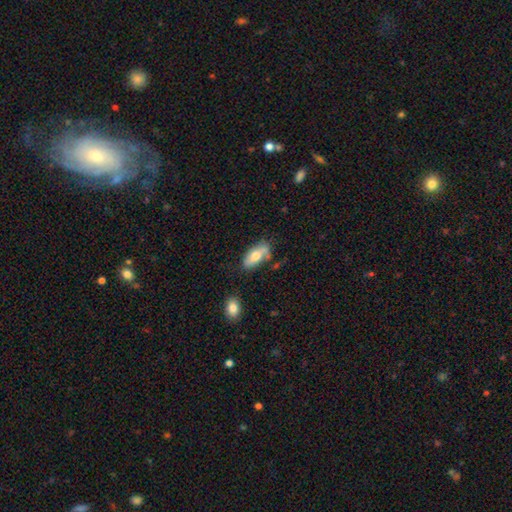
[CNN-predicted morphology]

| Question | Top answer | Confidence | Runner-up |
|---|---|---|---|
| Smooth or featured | smooth | 66% | featured or disk (27%) |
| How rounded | in between | 87% | cigar-shaped (10%) |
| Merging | none | 54% | minor disturbance (26%) |